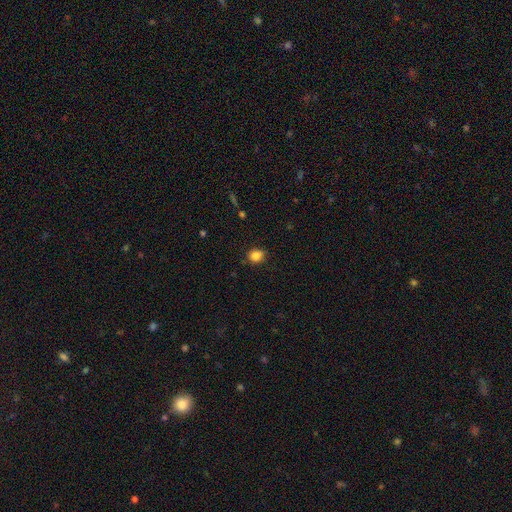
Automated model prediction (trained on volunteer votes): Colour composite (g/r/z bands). It shows a smooth galaxy with no disk features (85%) that is round (67%). Merging: none (84%).